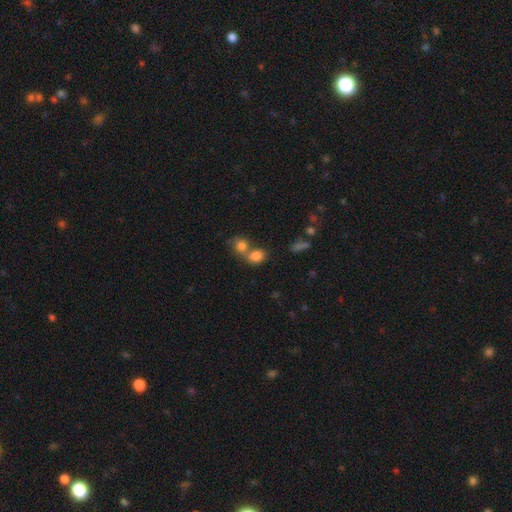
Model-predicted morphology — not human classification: smooth 81%, star or artifact 11%, featured or disk 9%. Down the decision tree: how rounded — round (53%); merging — merger (54%).